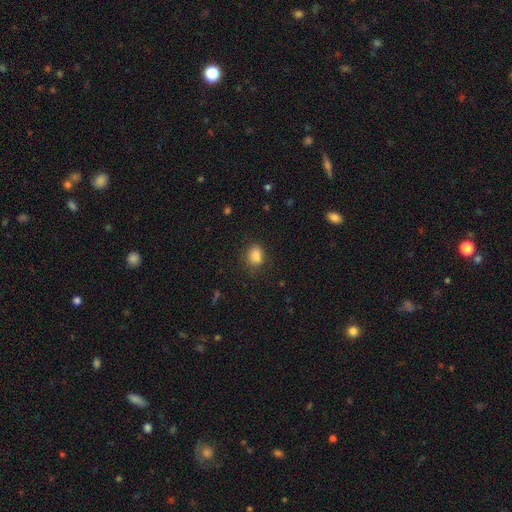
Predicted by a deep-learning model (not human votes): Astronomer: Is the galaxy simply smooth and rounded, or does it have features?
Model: smooth — 84%.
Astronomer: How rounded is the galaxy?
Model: in between — 68%.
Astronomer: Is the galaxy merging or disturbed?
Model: none — 74%.